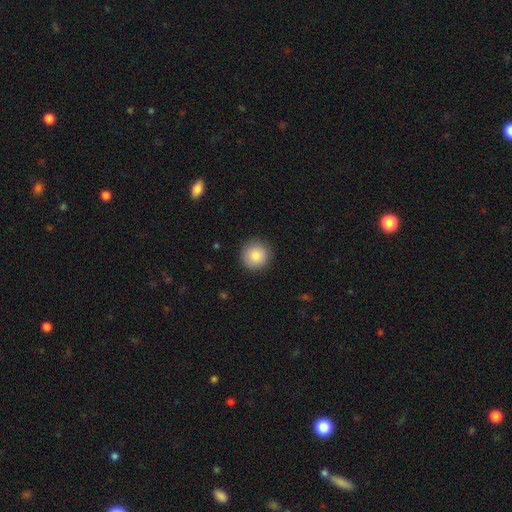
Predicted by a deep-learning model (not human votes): The model was most divided on "smooth or featured": smooth: 86%, star or artifact: 8%, featured or disk: 5%. More confident: how rounded — round (95%); merging — none (90%).